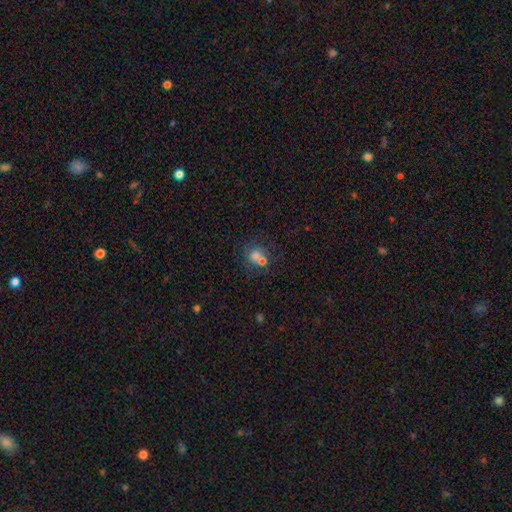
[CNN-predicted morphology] Smooth or featured: smooth — 66% (featured or disk — 18%)
How rounded: round — 76% (in between — 23%)
Merging: none — 44% (merger — 40%)